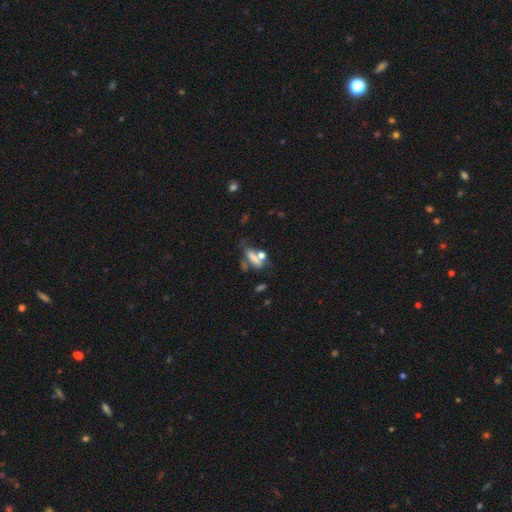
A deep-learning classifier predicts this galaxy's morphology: type=smooth (59%); roundness=in between (55%); merging=none (36%).